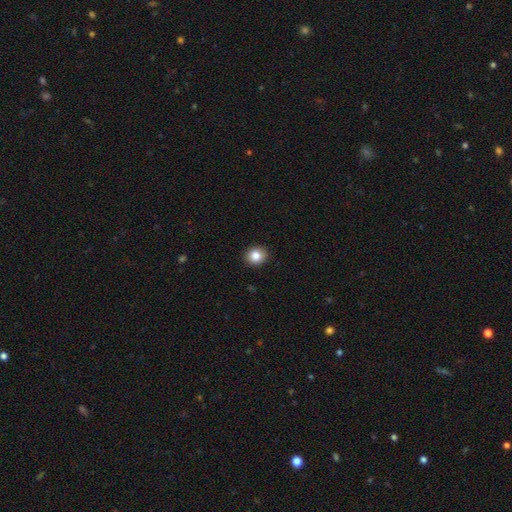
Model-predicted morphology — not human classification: The model was most divided on "how rounded": round: 76%, in between: 24%, cigar-shaped: 1%. More confident: merging — none (91%); smooth or featured — smooth (85%).